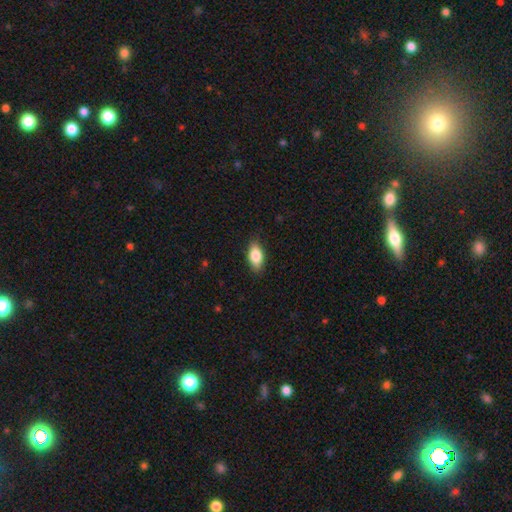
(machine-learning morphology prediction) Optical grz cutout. It shows a smooth galaxy with no disk features (82%) that is in between round and cigar-shaped (89%). Merging: none (86%).